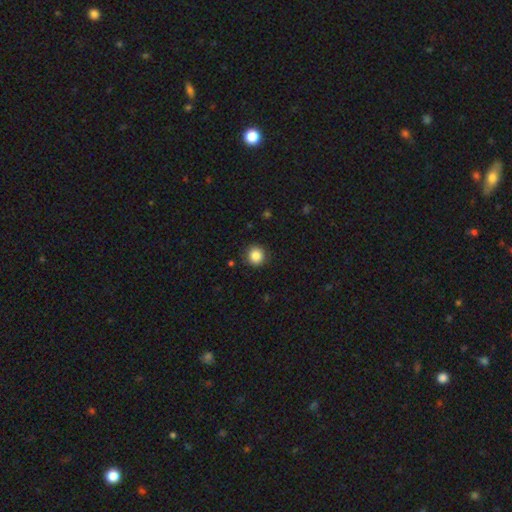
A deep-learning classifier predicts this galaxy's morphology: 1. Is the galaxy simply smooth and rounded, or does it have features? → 85% smooth, 10% star or artifact, 5% featured or disk.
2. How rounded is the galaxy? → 93% round, 6% in between, 1% cigar-shaped.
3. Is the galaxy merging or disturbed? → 90% none, 7% minor disturbance, 2% major disturbance, 1% merger.